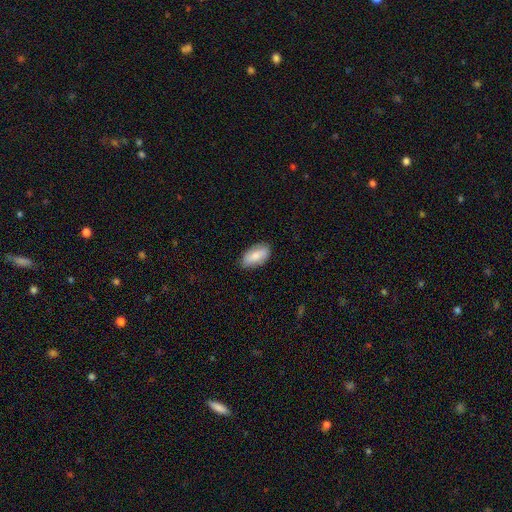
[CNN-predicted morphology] smooth-or-featured: smooth: 81% | featured or disk: 13% | star or artifact: 6%
  how-rounded: in between: 93% | cigar-shaped: 4% | round: 3%
  merging: none: 83% | minor disturbance: 13% | major disturbance: 2% | merger: 1%